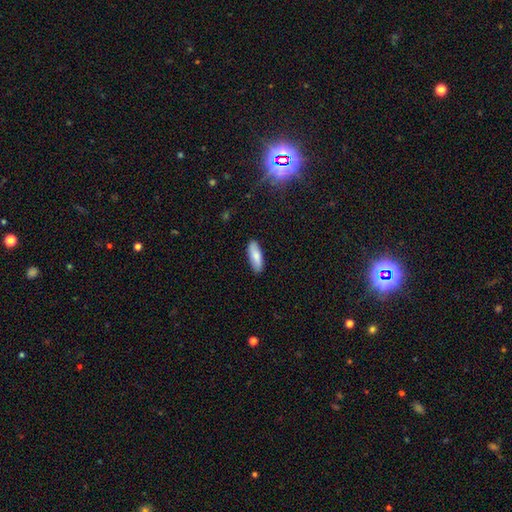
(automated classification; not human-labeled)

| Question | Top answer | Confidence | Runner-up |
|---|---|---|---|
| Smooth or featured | smooth | 81% | featured or disk (13%) |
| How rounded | in between | 60% | cigar-shaped (39%) |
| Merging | none | 87% | minor disturbance (10%) |